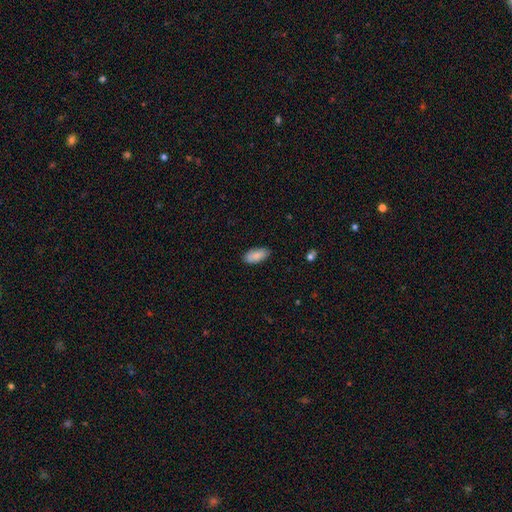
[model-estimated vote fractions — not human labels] smooth 86%, featured or disk 8%, star or artifact 6%. Down the decision tree: how rounded — in between (90%); merging — none (84%).